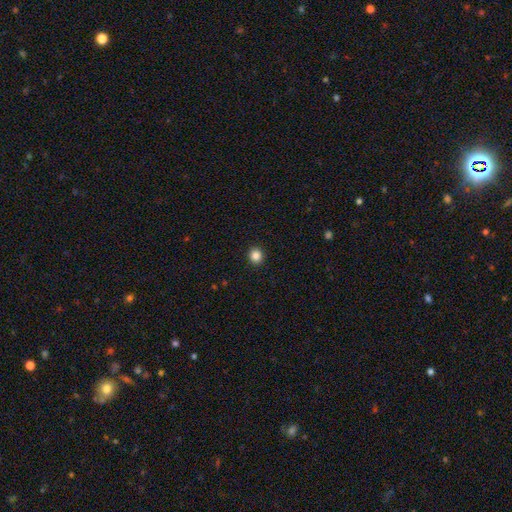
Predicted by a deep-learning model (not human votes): Morphology: type=smooth (85%); roundness=round (88%); merging=none (93%).